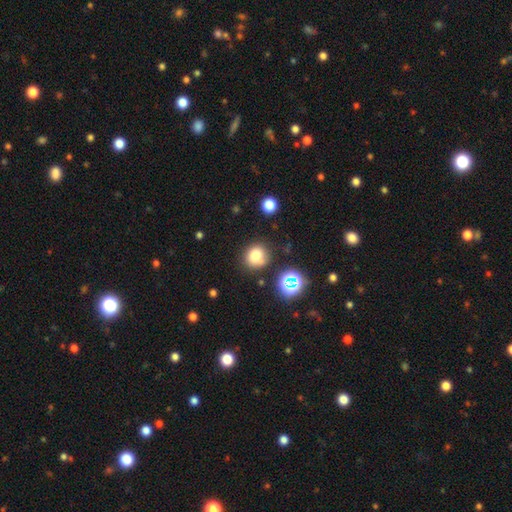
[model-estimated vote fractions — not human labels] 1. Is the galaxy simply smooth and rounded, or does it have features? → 73% smooth, 17% star or artifact, 10% featured or disk.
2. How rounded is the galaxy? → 83% round, 16% in between, 1% cigar-shaped.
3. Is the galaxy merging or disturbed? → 71% none, 16% minor disturbance, 8% merger, 5% major disturbance.